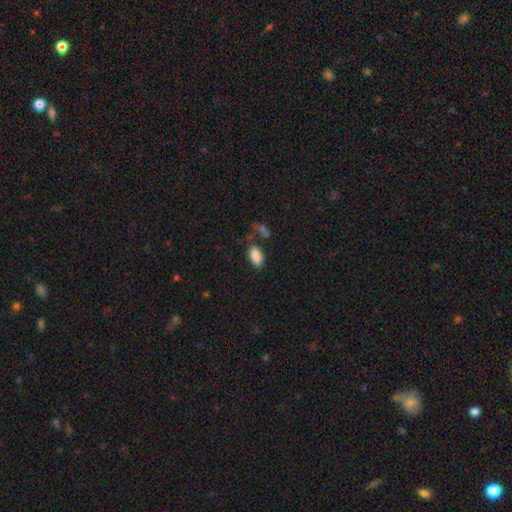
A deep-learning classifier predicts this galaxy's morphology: Smooth or featured? Predicted: smooth (p=0.87). How rounded? Predicted: in between (p=0.93). Merging? Predicted: none (p=0.72).